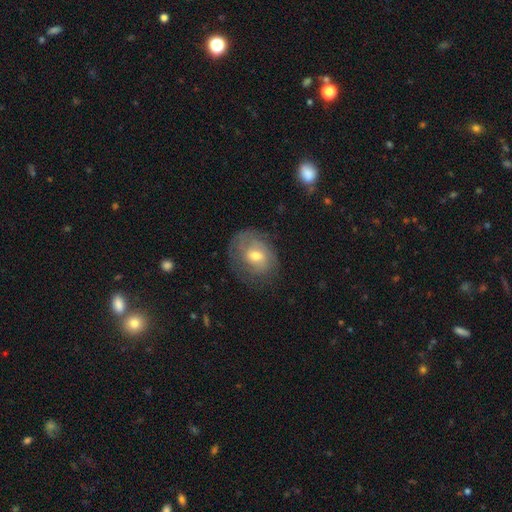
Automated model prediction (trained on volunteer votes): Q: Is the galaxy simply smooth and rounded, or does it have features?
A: featured or disk — 55%.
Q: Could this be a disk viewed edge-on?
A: no — 96%.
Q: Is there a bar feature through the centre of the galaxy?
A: no — 53%.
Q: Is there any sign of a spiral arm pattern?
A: yes — 70%.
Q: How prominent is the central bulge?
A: moderate — 68%.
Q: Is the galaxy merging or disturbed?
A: none — 65%.